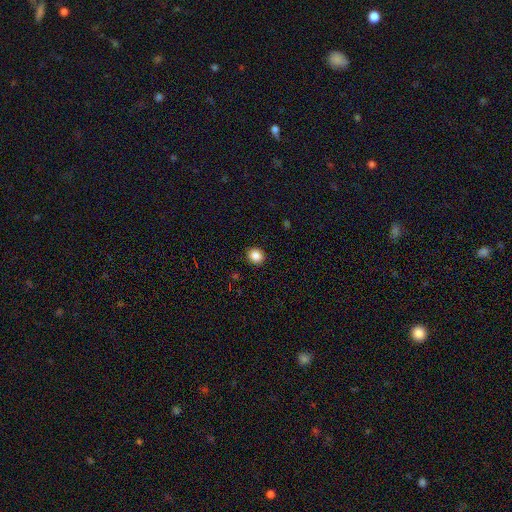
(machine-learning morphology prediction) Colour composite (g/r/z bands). It shows a smooth galaxy with no disk features (86%) that is round (78%). Merging: none (91%).